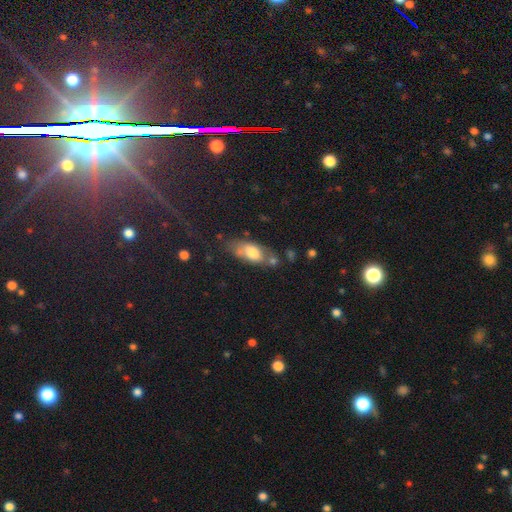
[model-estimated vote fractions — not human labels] Q: Smooth or featured?
A: smooth (60%); runner-up: featured or disk (26%)
Q: How rounded?
A: in between (78%); runner-up: cigar-shaped (16%)
Q: Merging?
A: none (60%); runner-up: minor disturbance (22%)